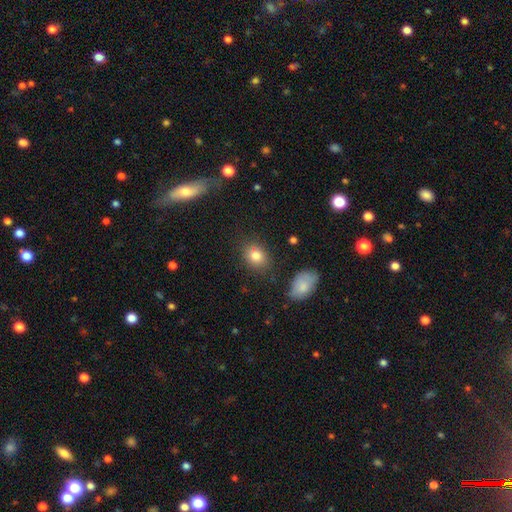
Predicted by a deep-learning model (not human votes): Q: Smooth or featured?
A: smooth (80%); runner-up: star or artifact (11%)
Q: How rounded?
A: in between (52%); runner-up: round (47%)
Q: Merging?
A: none (74%); runner-up: minor disturbance (15%)